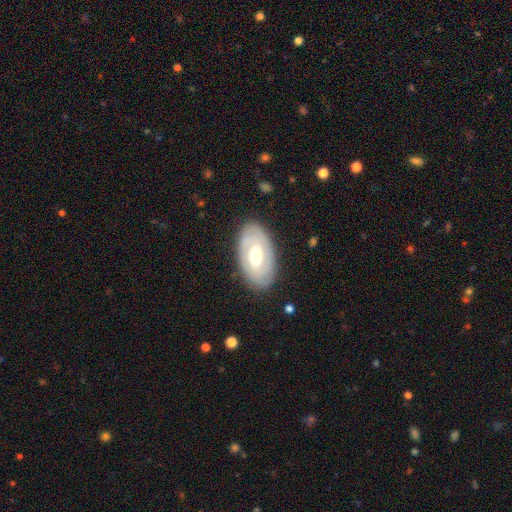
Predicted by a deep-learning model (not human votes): This is likely a featured or disk galaxy (66%). It is clearly not viewed edge-on (92%). Bar: marginally weak (42%). Spiral arm pattern: possibly yes (59%). Central bulge: likely moderate (70%). Merging: clearly none (84%).